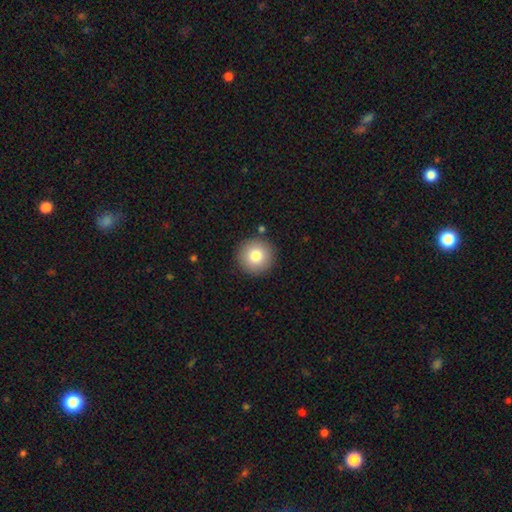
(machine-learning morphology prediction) Overall: smooth (80%). How rounded: round (96%). Merging: none (89%).